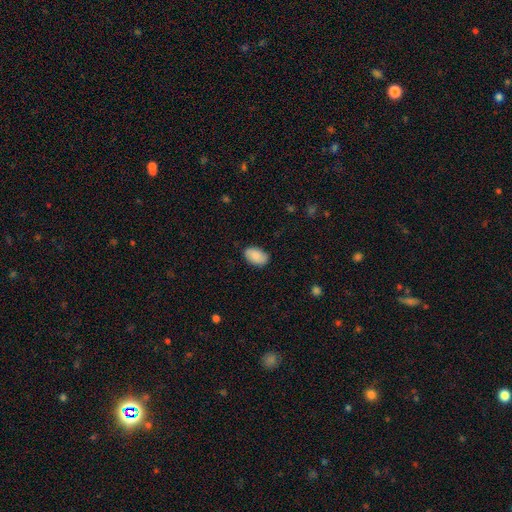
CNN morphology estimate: Q: Smooth or featured?
A: smooth (88%); runner-up: star or artifact (6%)
Q: How rounded?
A: in between (93%); runner-up: round (5%)
Q: Merging?
A: none (85%); runner-up: minor disturbance (12%)